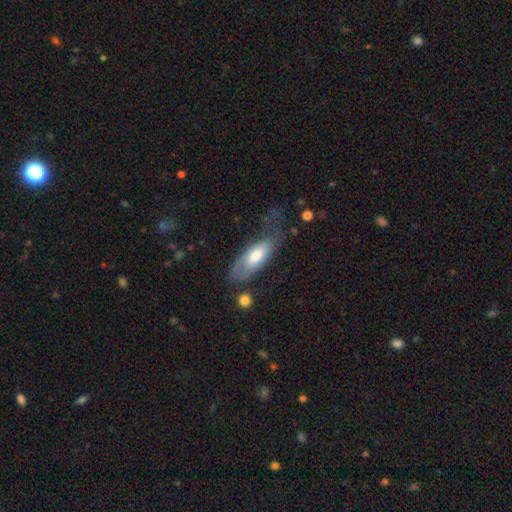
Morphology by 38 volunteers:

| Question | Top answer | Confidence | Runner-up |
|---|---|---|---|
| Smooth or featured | featured or disk | 61% | smooth (34%) |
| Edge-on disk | no | 78% | yes (22%) |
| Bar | no | 61% | weak (28%) |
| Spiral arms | no | 67% | yes (33%) |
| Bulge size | moderate | 67% | large (17%) |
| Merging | major disturbance | 36% | none (31%) |